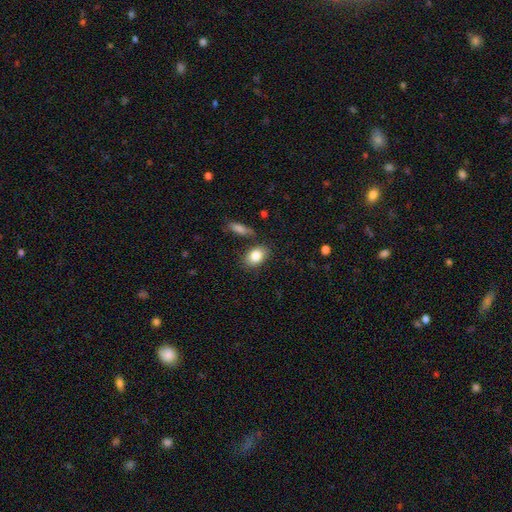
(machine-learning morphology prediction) Overall: smooth (85%). How rounded: in between (81%). Merging: none (79%).